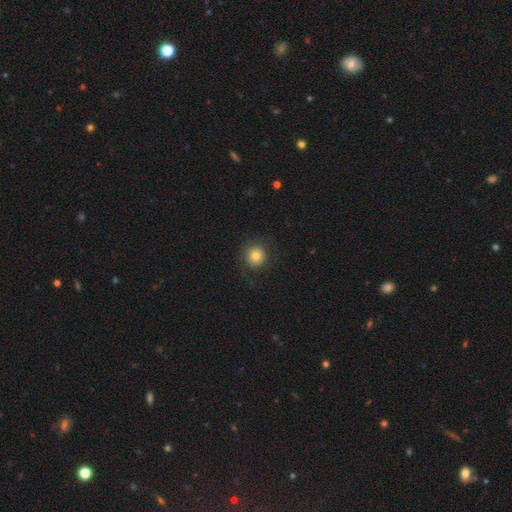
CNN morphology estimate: Q: Smooth or featured?
A: smooth (71%); runner-up: featured or disk (19%)
Q: How rounded?
A: round (91%); runner-up: in between (8%)
Q: Merging?
A: none (77%); runner-up: minor disturbance (11%)